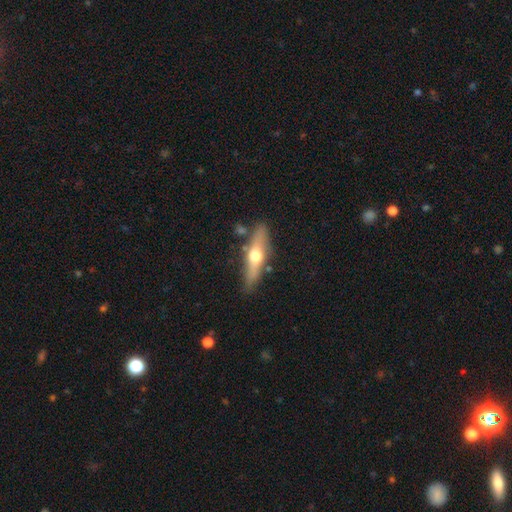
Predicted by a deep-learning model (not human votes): Overall: featured or disk (53%; smooth 42%). Edge-on disk: yes (85%). Merging: none (79%).